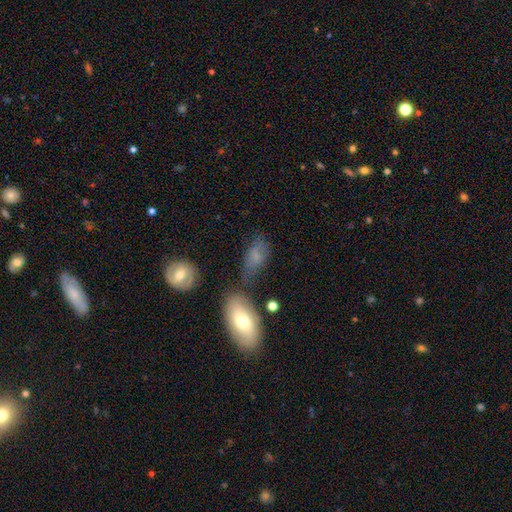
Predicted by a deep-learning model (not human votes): Smooth or featured? Predicted: smooth (p=0.70). How rounded? Predicted: in between (p=0.88). Merging? Predicted: none (p=0.48).